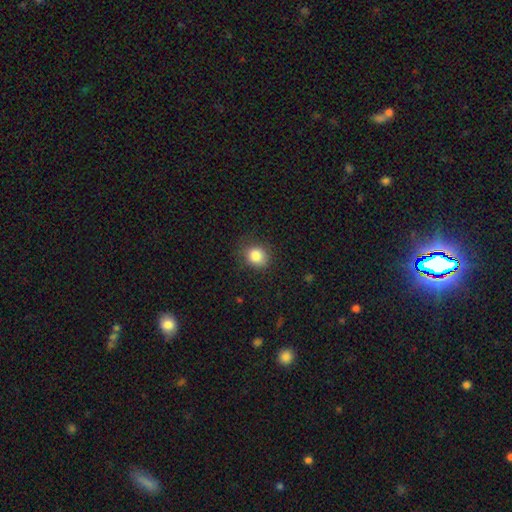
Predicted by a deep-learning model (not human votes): smooth 85%, star or artifact 10%, featured or disk 5%. Down the decision tree: how rounded — round (70%); merging — none (76%).